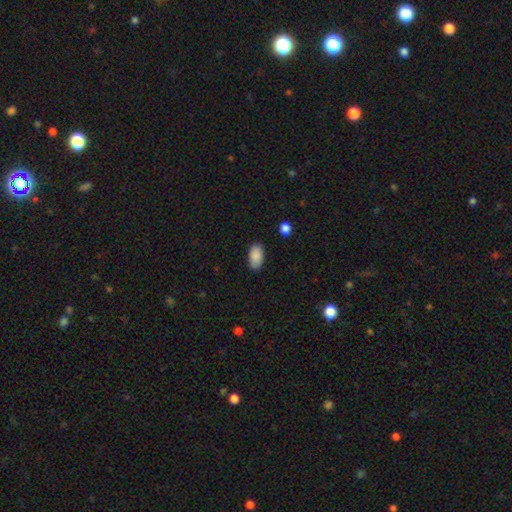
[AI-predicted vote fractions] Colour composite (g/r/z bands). It shows a smooth galaxy with no disk features (89%) that is in between round and cigar-shaped (94%). Merging: none (82%).